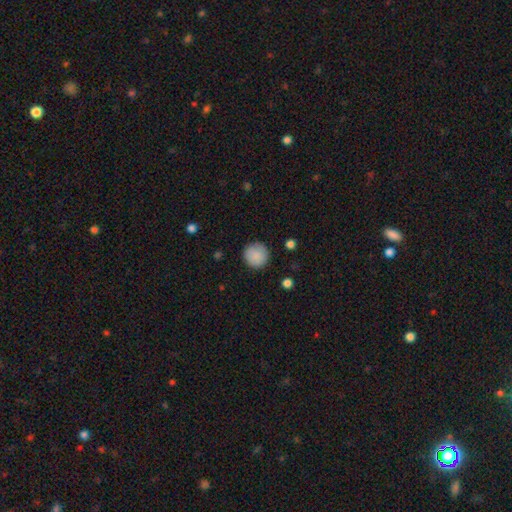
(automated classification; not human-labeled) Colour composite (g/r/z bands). It shows a smooth galaxy with no disk features (89%) that is round (95%). Merging: none (90%).